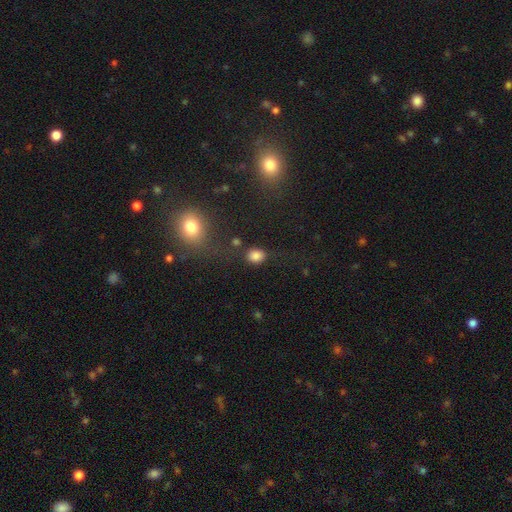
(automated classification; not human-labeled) Overall: smooth (82%). How rounded: round (59%; in between 40%). Merging: none (73%).